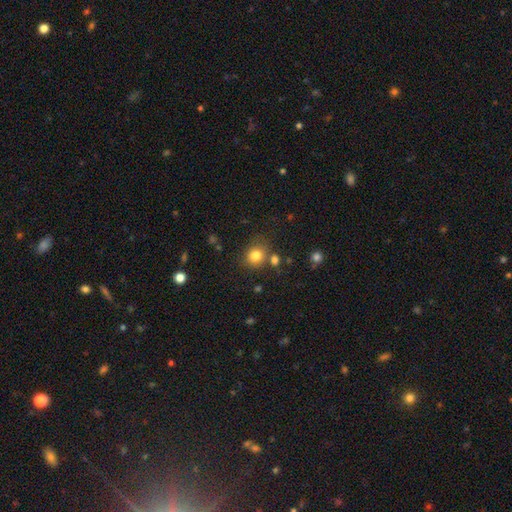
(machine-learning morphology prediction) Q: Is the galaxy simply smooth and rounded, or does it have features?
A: smooth — 82%.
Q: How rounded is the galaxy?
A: round — 82%.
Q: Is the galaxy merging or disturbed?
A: none — 74%.